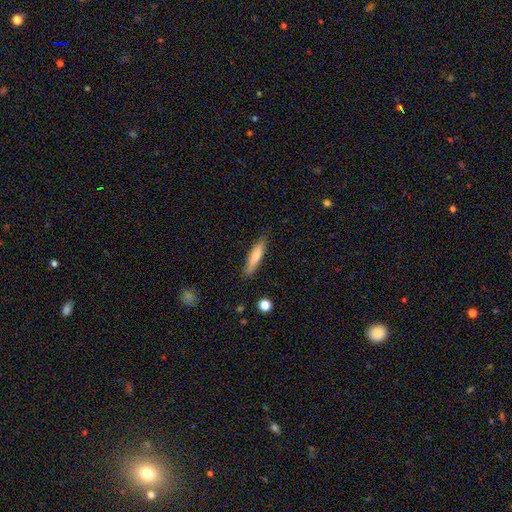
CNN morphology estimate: smooth_or_featured: smooth (p=0.72) [alt: featured or disk p=0.22]
how_rounded: cigar-shaped (p=0.81) [alt: in between p=0.18]
merging: none (p=0.84) [alt: minor disturbance p=0.12]